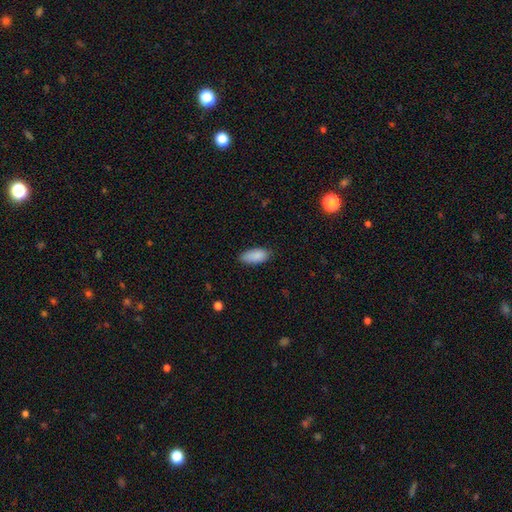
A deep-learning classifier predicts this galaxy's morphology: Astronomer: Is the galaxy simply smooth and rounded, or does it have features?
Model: smooth — 89%.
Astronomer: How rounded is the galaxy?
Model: in between — 91%.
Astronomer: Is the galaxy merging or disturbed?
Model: none — 80%.